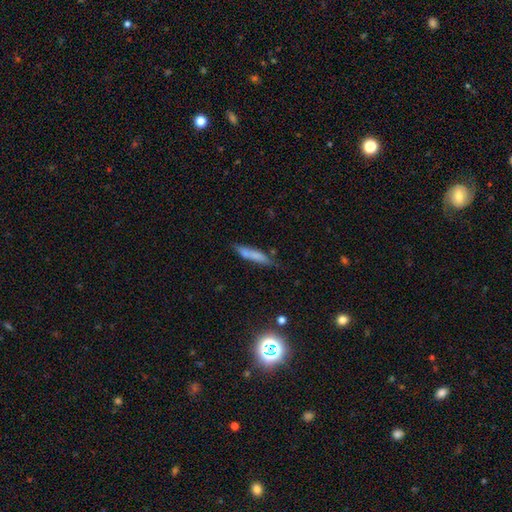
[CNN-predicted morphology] smooth 71%, featured or disk 22%, star or artifact 7%. Down the decision tree: how rounded — cigar-shaped (80%); merging — none (62%).